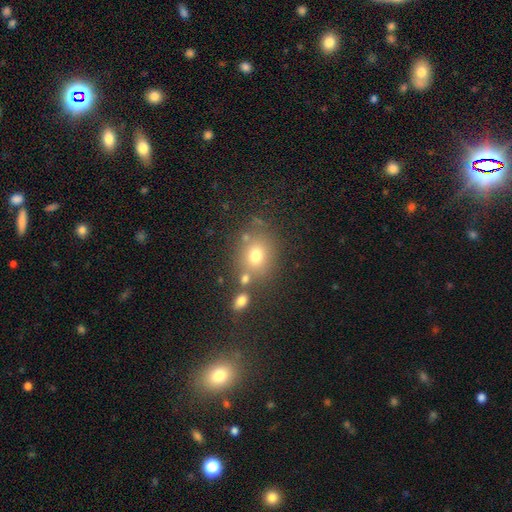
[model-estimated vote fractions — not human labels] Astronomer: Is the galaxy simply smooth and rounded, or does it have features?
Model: smooth — 72%.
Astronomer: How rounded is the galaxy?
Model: round — 71%.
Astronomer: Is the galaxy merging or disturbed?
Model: none — 68%.